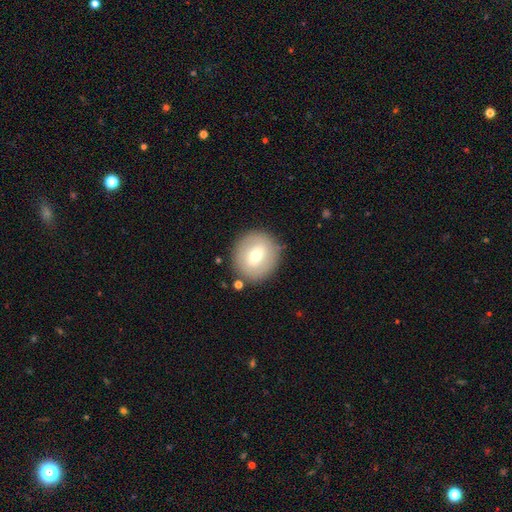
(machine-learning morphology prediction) smooth_or_featured: smooth (p=0.63) [alt: featured or disk p=0.30]
how_rounded: round (p=0.87) [alt: in between p=0.12]
merging: none (p=0.84) [alt: minor disturbance p=0.09]